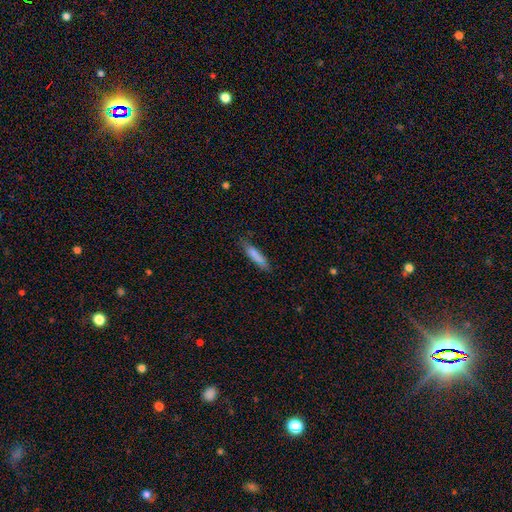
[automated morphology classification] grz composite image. It shows a smooth galaxy with no disk features (82%) that is cigar-shaped (76%). Merging: none (77%).